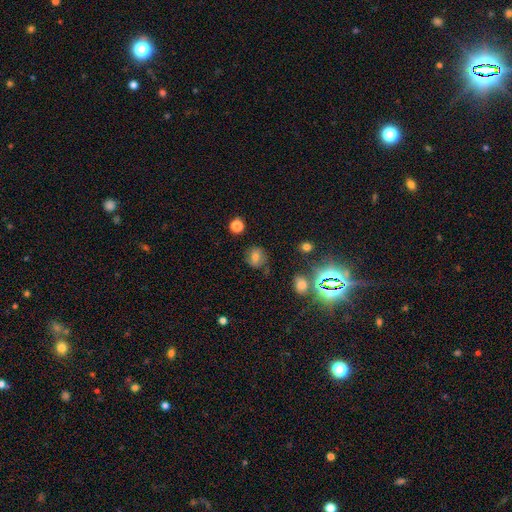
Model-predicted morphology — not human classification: The model was most divided on "smooth or featured": smooth: 63%, featured or disk: 20%, star or artifact: 17%. More confident: merging — none (74%); how rounded — round (71%).